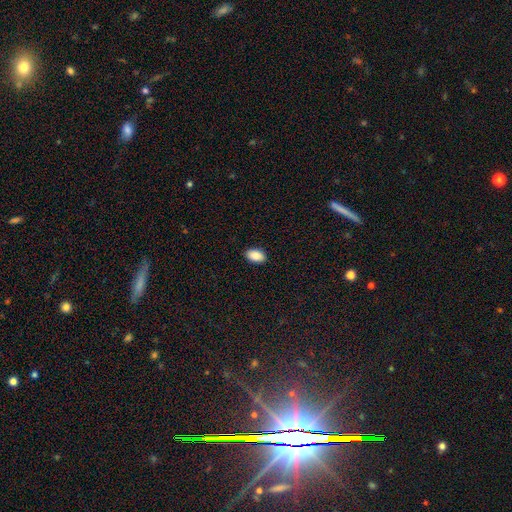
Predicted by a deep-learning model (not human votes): Smooth or featured?
  - smooth: 87% *
  - star or artifact: 7%
  - featured or disk: 5%
How rounded?
  - in between: 93% *
  - round: 6%
  - cigar-shaped: 2%
Merging?
  - none: 90% *
  - minor disturbance: 7%
  - major disturbance: 2%
  - merger: 1%